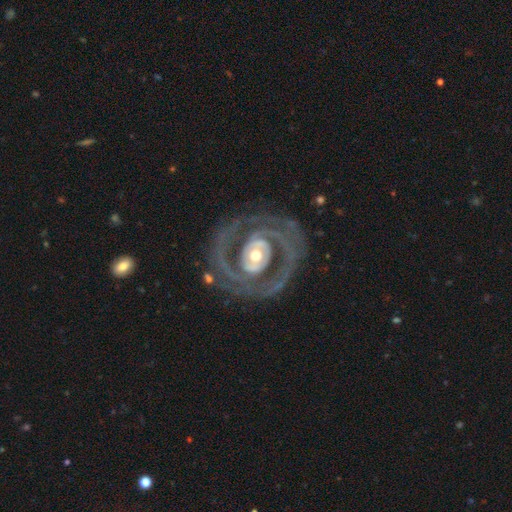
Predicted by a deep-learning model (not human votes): Q: Smooth or featured?
A: featured or disk (91%); runner-up: smooth (5%)
Q: Edge-on disk?
A: no (97%); runner-up: yes (3%)
Q: Bar?
A: no (50%); runner-up: weak (28%)
Q: Spiral arms?
A: yes (95%); runner-up: no (5%)
Q: Spiral winding?
A: tight (57%); runner-up: medium (35%)
Q: Spiral arm count?
A: 2 (64%); runner-up: 3 (13%)
Q: Bulge size?
A: moderate (63%); runner-up: small (24%)
Q: Merging?
A: none (77%); runner-up: minor disturbance (13%)